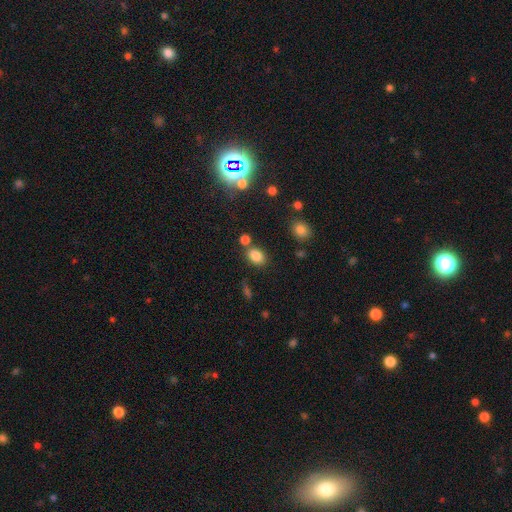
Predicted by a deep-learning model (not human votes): Smooth or featured: smooth — 82% (star or artifact — 11%)
How rounded: in between — 75% (round — 23%)
Merging: none — 69% (merger — 15%)